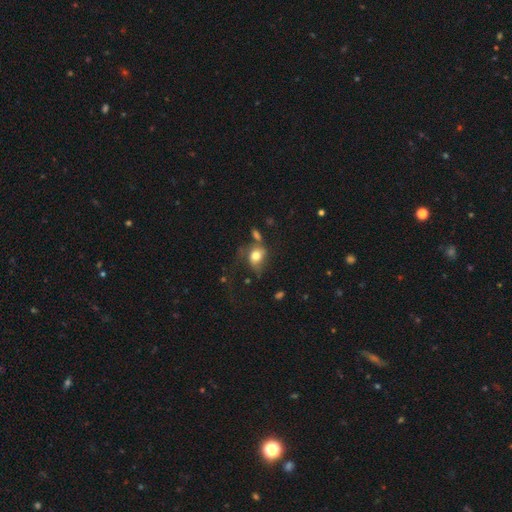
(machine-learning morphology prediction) This is likely a smooth galaxy (71%). How rounded: possibly in between (57%). Merging: marginally none (34%).